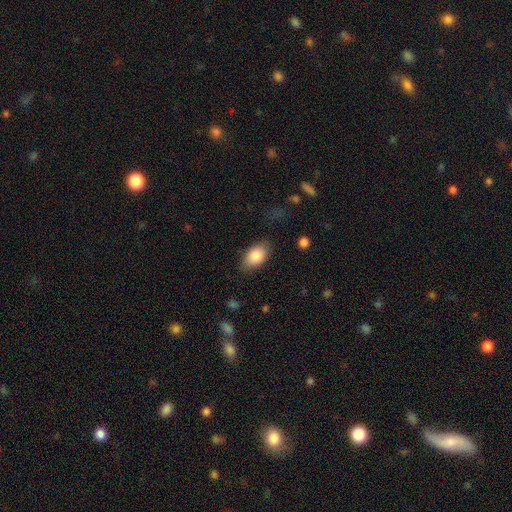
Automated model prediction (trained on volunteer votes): Q: Smooth or featured?
A: smooth (86%); runner-up: featured or disk (7%)
Q: How rounded?
A: in between (90%); runner-up: round (8%)
Q: Merging?
A: none (81%); runner-up: minor disturbance (14%)